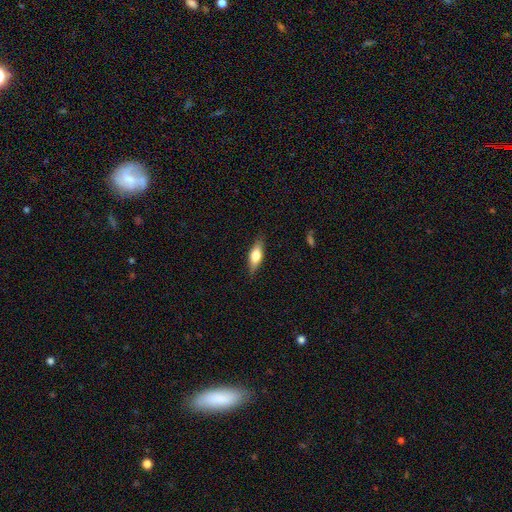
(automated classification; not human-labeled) Overall: smooth (60%; featured or disk 33%). How rounded: in between (60%; cigar-shaped 37%). Merging: none (84%).